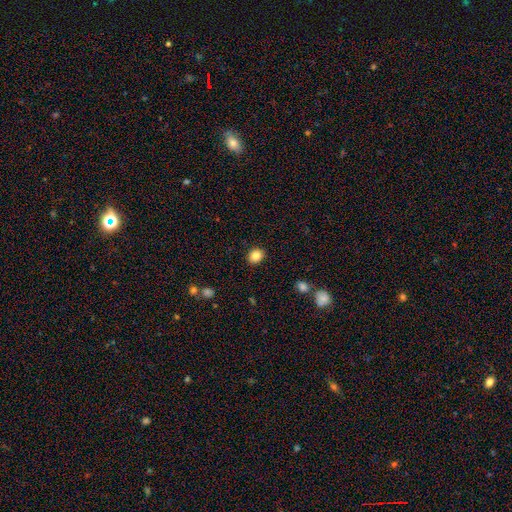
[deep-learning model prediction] Smooth or featured: smooth — 85% (star or artifact — 10%)
How rounded: round — 58% (in between — 41%)
Merging: none — 89% (minor disturbance — 8%)